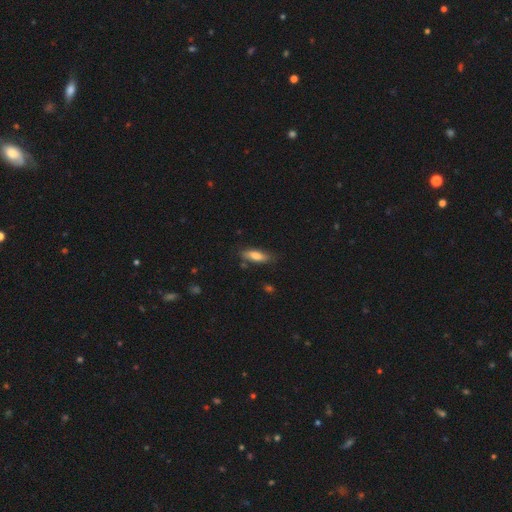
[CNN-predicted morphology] Smooth or featured? Predicted: smooth (p=0.79). How rounded? Predicted: in between (p=0.58). Merging? Predicted: none (p=0.75).